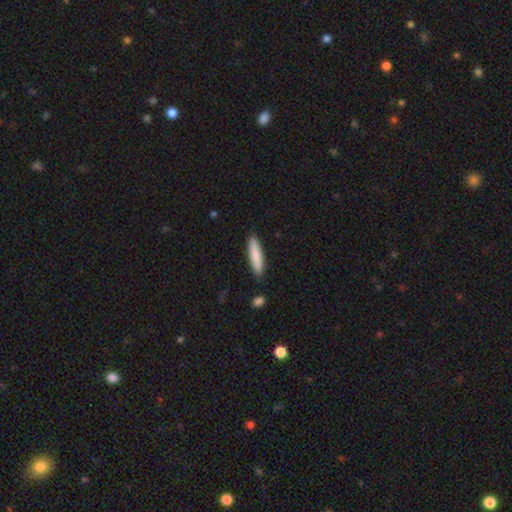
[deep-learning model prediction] Smooth or featured: smooth — 83% (featured or disk — 11%)
How rounded: cigar-shaped — 82% (in between — 17%)
Merging: none — 88% (minor disturbance — 9%)